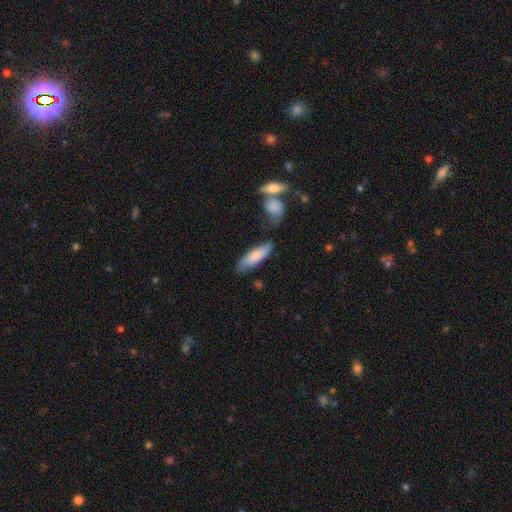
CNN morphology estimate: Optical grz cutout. It shows a smooth galaxy with no disk features (77%) that is in between round and cigar-shaped (51%). Merging: none (68%).